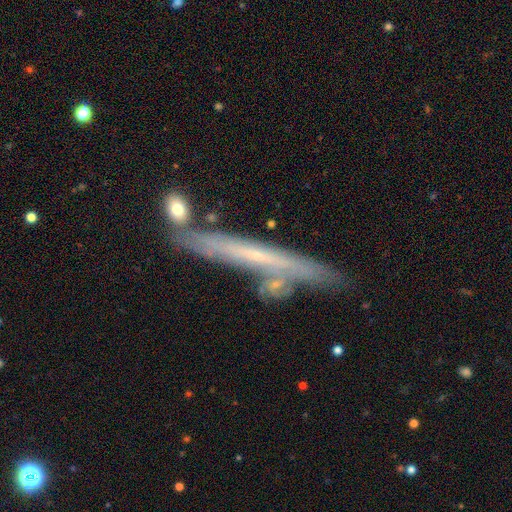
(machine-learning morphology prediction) This is likely a featured or disk galaxy (63%). It is clearly viewed edge-on (88%). Edge-on bulge: likely none (73%). Merging: likely none (72%).